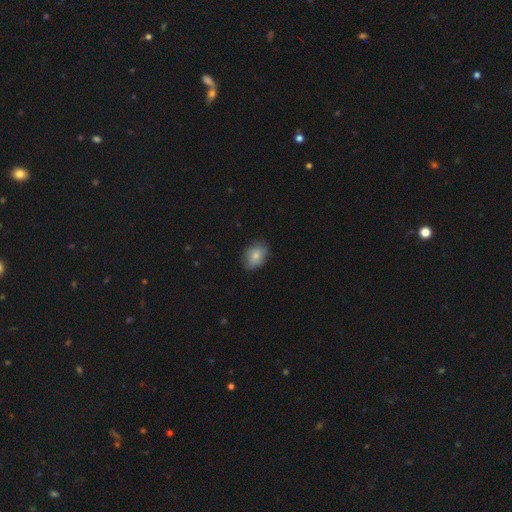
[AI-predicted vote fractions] A smooth galaxy with no disk features (79%) that is in between round and cigar-shaped (72%).

Vote fractions:
- Smooth or featured? smooth: 79% / featured or disk: 13% / star or artifact: 8%
- How rounded? in between: 72% / round: 27% / cigar-shaped: 1%
- Merging? none: 75% / minor disturbance: 20% / major disturbance: 4% / merger: 1%